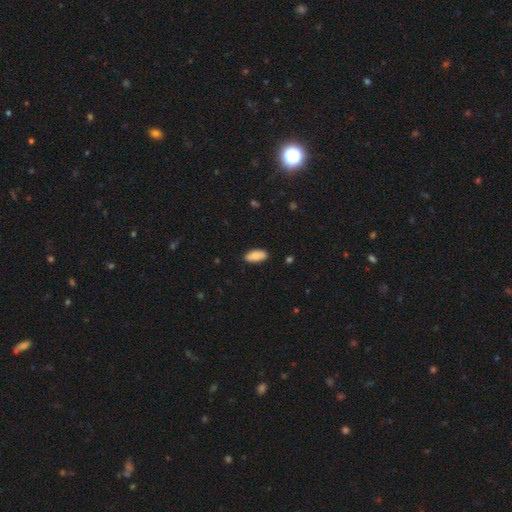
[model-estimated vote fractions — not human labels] A smooth galaxy with no disk features (83%) that is in between round and cigar-shaped (90%).

Vote fractions:
- Smooth or featured? smooth: 83% / featured or disk: 11% / star or artifact: 6%
- How rounded? in between: 90% / cigar-shaped: 7% / round: 2%
- Merging? none: 86% / minor disturbance: 11% / major disturbance: 2% / merger: 1%